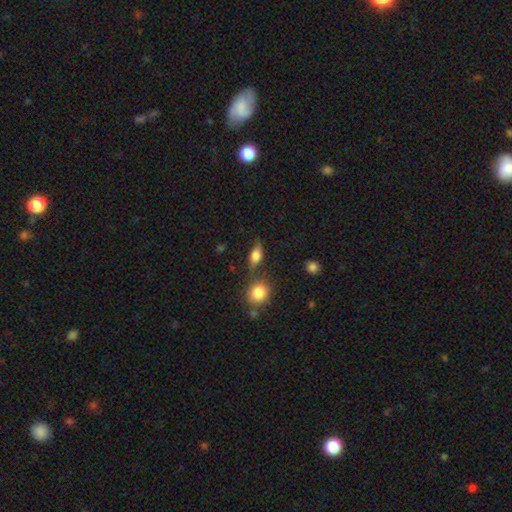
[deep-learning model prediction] Morphology: type=smooth (74%); roundness=in between (76%); merging=none (53%).